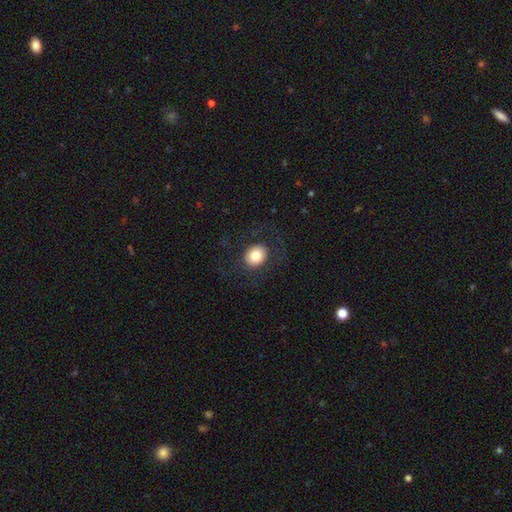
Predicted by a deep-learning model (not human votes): A smooth galaxy with no disk features (79%) that is round (56%). Merging: none (82%).